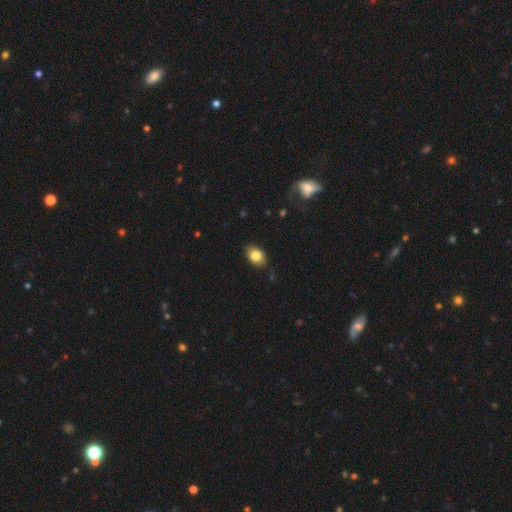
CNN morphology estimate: A smooth galaxy with no disk features (81%) that is in between round and cigar-shaped (85%).

Vote fractions:
- Smooth or featured? smooth: 81% / featured or disk: 12% / star or artifact: 8%
- How rounded? in between: 85% / round: 14% / cigar-shaped: 1%
- Merging? none: 85% / minor disturbance: 12% / major disturbance: 2% / merger: 1%